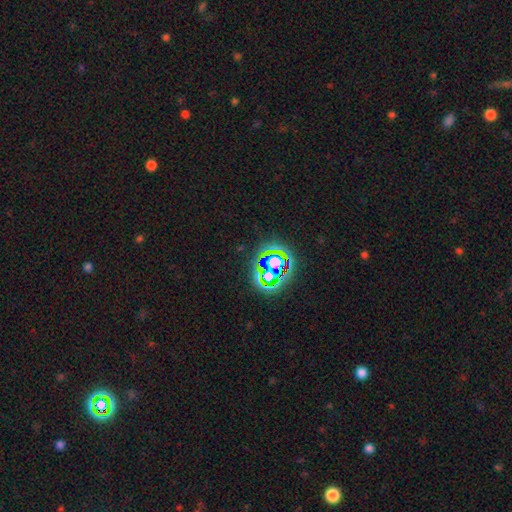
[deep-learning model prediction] star or artifact 74%, smooth 14%, featured or disk 12%.